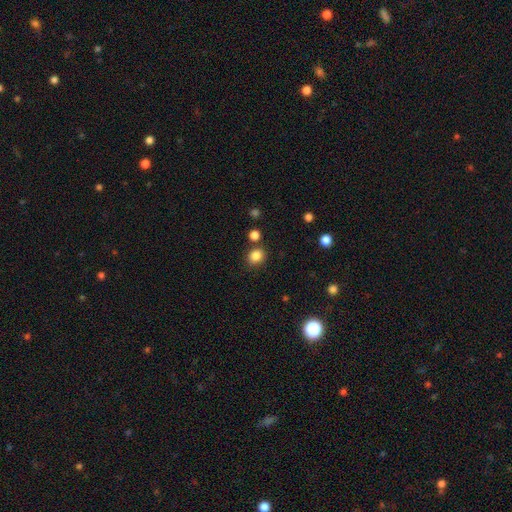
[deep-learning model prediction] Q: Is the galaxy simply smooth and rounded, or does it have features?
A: smooth — 84%.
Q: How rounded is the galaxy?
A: round — 67%.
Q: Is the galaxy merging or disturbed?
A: none — 80%.